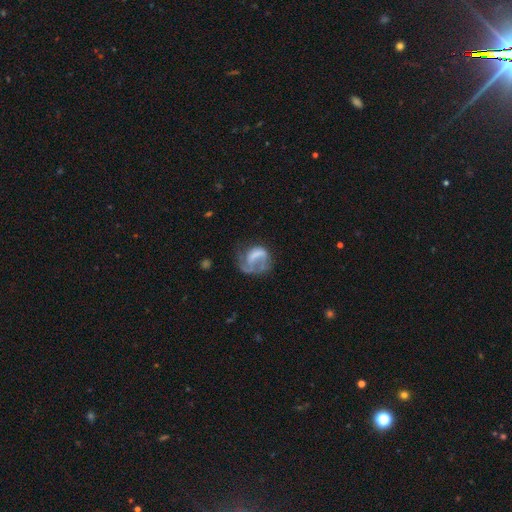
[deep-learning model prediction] Smooth or featured?
  - featured or disk: 55% *
  - smooth: 36%
  - star or artifact: 9%
Edge-on disk?
  - no: 98% *
  - yes: 2%
Bar?
  - no: 58% *
  - weak: 28%
  - strong: 13%
Spiral arms?
  - yes: 60% *
  - no: 40%
Bulge size?
  - none: 60% *
  - small: 15%
  - moderate: 14%
  - large: 9%
  - dominant: 2%
Merging?
  - major disturbance: 41% *
  - none: 34%
  - minor disturbance: 21%
  - merger: 4%